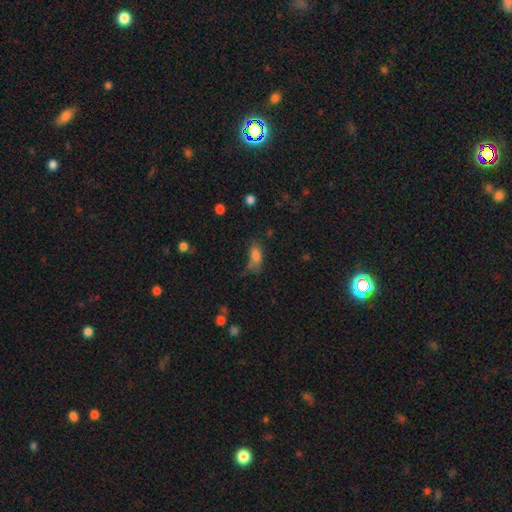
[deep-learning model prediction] Smooth or featured: smooth — 77% (featured or disk — 12%)
How rounded: in between — 80% (cigar-shaped — 15%)
Merging: none — 42% (minor disturbance — 31%)